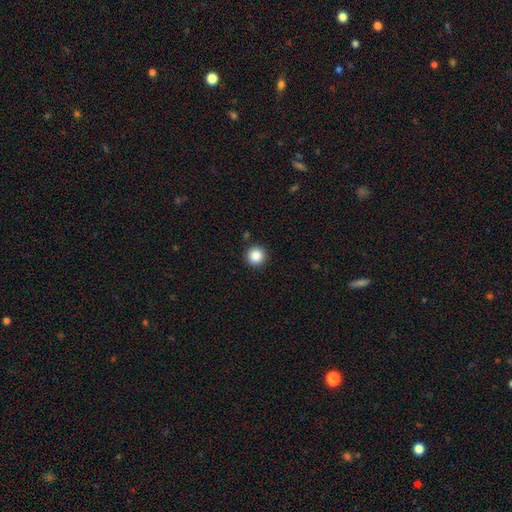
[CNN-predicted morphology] smooth 87%, star or artifact 10%, featured or disk 3%. Down the decision tree: how rounded — round (95%); merging — none (91%).